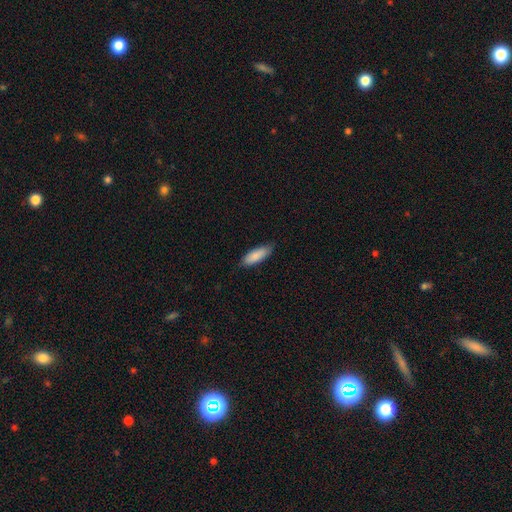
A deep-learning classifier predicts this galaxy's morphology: A smooth galaxy with no disk features (87%) that is in between round and cigar-shaped (67%). Merging: none (82%).